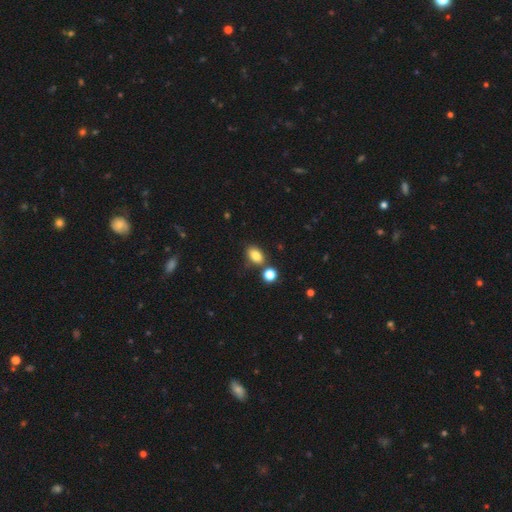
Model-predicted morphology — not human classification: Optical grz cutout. It shows a smooth galaxy with no disk features (83%) that is in between round and cigar-shaped (81%). Merging: none (69%).